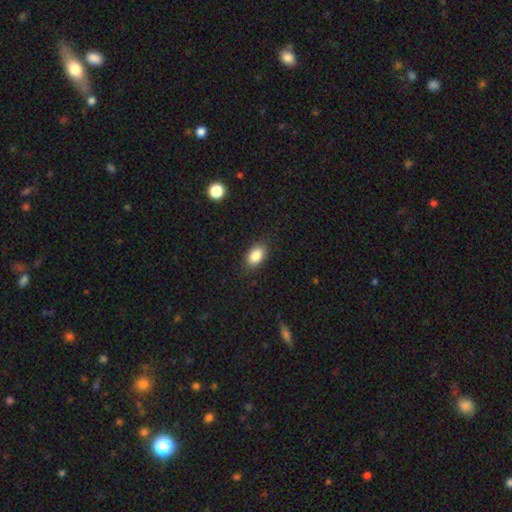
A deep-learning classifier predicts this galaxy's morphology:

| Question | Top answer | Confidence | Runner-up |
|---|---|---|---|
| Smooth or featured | smooth | 86% | star or artifact (8%) |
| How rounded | in between | 90% | round (9%) |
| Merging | none | 87% | minor disturbance (9%) |